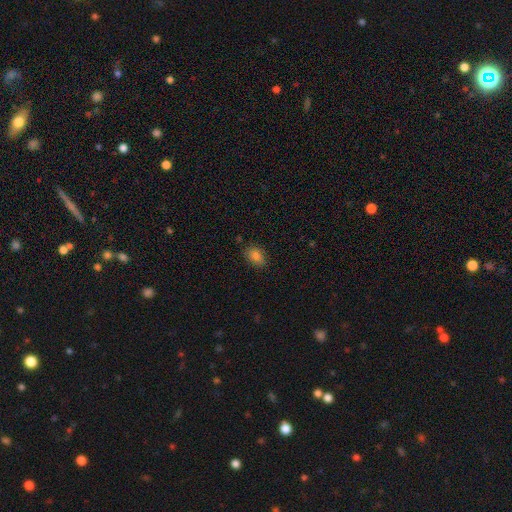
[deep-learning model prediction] A smooth galaxy with no disk features (82%) that is in between round and cigar-shaped (79%).

Vote fractions:
- Smooth or featured? smooth: 82% / star or artifact: 11% / featured or disk: 7%
- How rounded? in between: 79% / round: 20% / cigar-shaped: 1%
- Merging? none: 83% / minor disturbance: 13% / major disturbance: 3% / merger: 1%